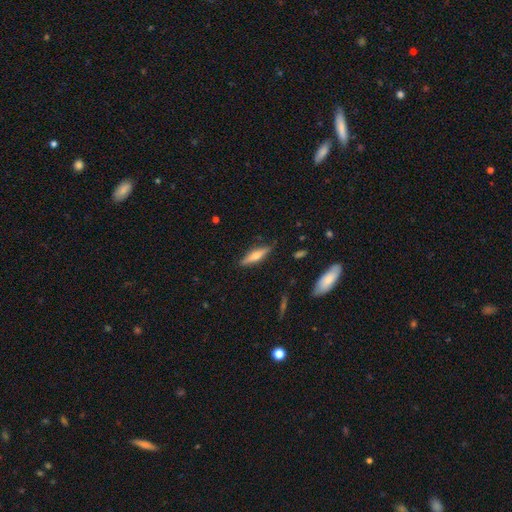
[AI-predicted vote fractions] Q: Smooth or featured?
A: featured or disk (48%); runner-up: smooth (45%)
Q: Merging?
A: none (85%); runner-up: minor disturbance (11%)